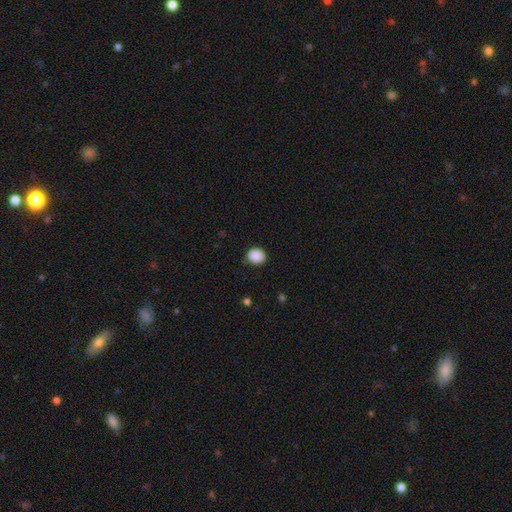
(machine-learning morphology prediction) A smooth galaxy with no disk features (89%) that is round (76%).

Vote fractions:
- Smooth or featured? smooth: 89% / star or artifact: 9% / featured or disk: 2%
- How rounded? round: 76% / in between: 23% / cigar-shaped: 1%
- Merging? none: 85% / minor disturbance: 11% / major disturbance: 3% / merger: 1%